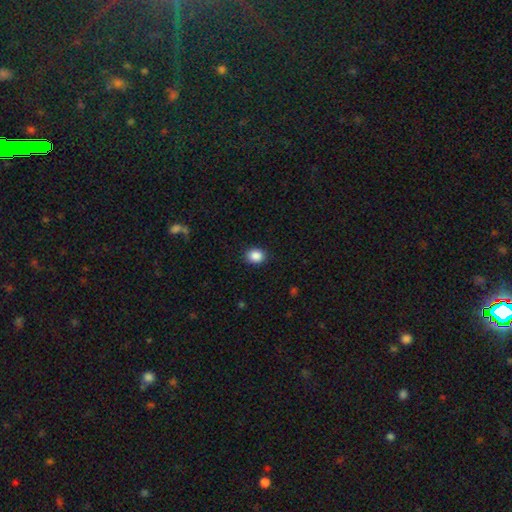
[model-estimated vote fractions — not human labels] Q: Smooth or featured?
A: smooth (88%); runner-up: star or artifact (9%)
Q: How rounded?
A: round (56%); runner-up: in between (43%)
Q: Merging?
A: none (90%); runner-up: minor disturbance (7%)